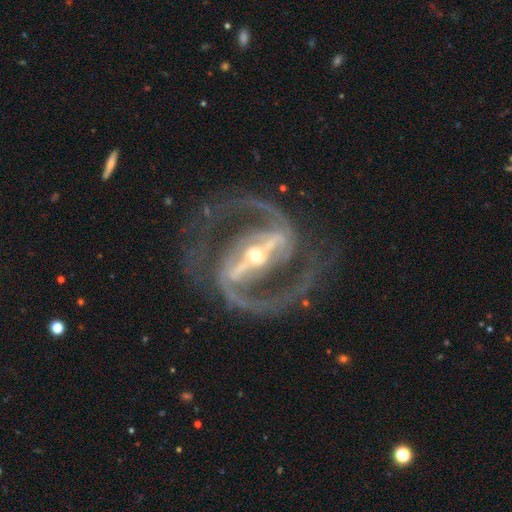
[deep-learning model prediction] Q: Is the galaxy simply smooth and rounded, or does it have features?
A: featured or disk — 94%.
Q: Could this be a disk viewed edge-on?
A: no — 97%.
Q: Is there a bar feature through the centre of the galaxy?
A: strong — 81%.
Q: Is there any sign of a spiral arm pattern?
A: yes — 98%.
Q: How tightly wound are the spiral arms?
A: medium — 67%.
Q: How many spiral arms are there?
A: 2 — 94%.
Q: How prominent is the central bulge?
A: small — 52%.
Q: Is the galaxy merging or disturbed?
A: none — 80%.